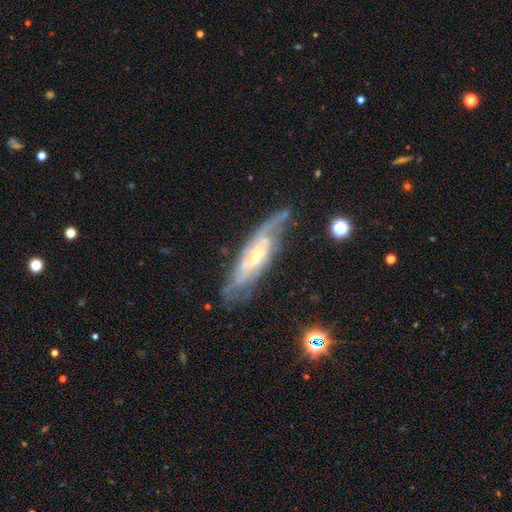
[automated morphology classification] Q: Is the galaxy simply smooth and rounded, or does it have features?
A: featured or disk — 81%.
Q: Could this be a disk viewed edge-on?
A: no — 75%.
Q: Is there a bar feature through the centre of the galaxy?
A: no — 55%.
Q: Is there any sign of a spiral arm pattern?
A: yes — 90%.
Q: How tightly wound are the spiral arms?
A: tight — 45%.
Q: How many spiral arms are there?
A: can't tell — 43%.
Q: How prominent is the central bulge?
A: small — 65%.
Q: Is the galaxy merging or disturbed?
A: none — 65%.